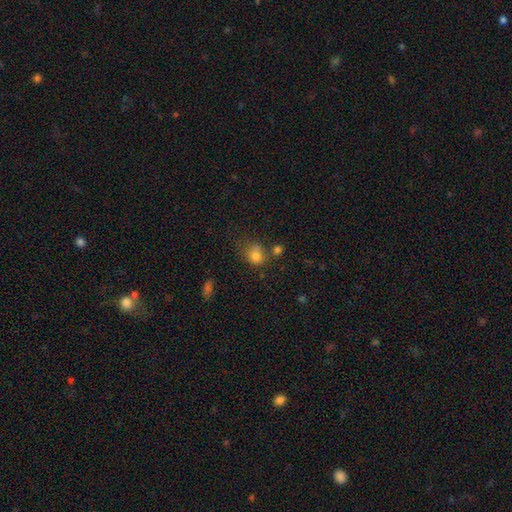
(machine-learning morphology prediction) smooth_or_featured: smooth (p=0.77) [alt: star or artifact p=0.13]
how_rounded: round (p=0.67) [alt: in between p=0.32]
merging: none (p=0.45) [alt: merger p=0.27]